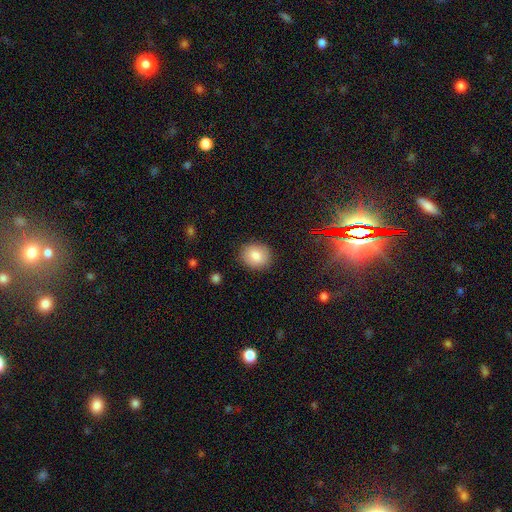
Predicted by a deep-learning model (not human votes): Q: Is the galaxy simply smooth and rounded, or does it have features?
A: smooth — 82%.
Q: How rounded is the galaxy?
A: round — 70%.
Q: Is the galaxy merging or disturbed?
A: none — 88%.